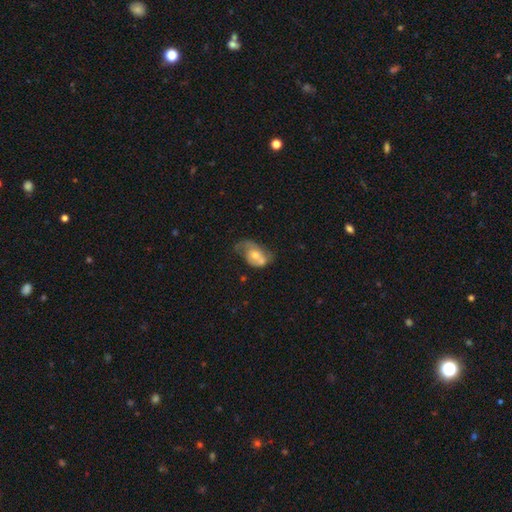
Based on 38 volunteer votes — Smooth or featured? featured or disk (53%)
Edge-on disk? no (95%)
Bar? no (84%)
Spiral arms? no (68%)
Bulge size? moderate (68%)
Merging? merger (49%)